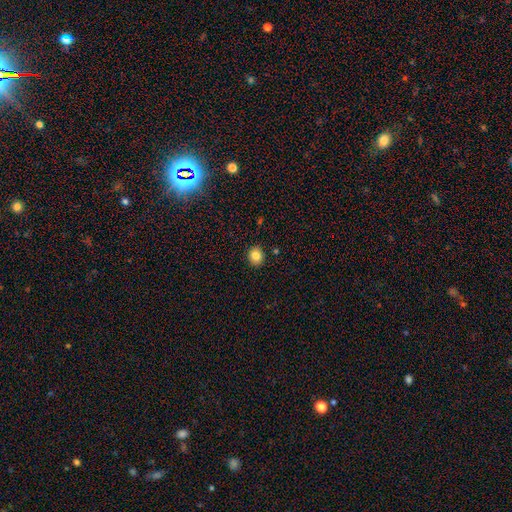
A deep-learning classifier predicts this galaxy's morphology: smooth_or_featured: smooth (p=0.83) [alt: star or artifact p=0.11]
how_rounded: round (p=0.74) [alt: in between p=0.25]
merging: none (p=0.90) [alt: minor disturbance p=0.07]